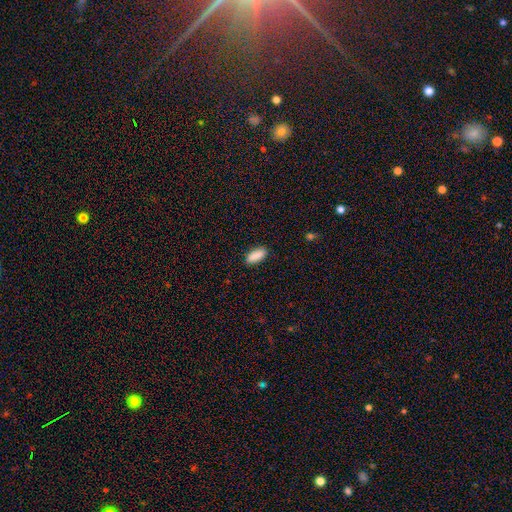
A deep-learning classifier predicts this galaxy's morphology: A smooth galaxy with no disk features (89%) that is in between round and cigar-shaped (79%). Merging: none (88%).